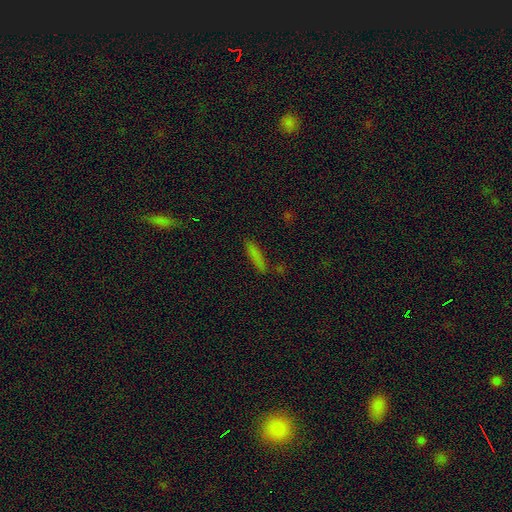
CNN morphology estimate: A smooth galaxy with no disk features (77%) that is cigar-shaped (83%). Merging: none (80%).